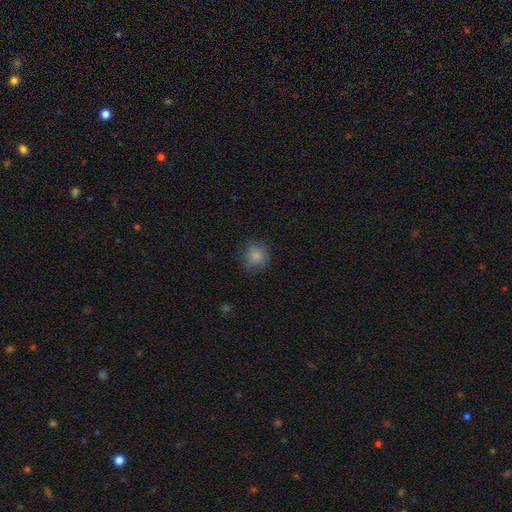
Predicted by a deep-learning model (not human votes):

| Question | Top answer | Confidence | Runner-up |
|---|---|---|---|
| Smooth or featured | smooth | 83% | star or artifact (11%) |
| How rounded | round | 87% | in between (12%) |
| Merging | none | 79% | minor disturbance (15%) |